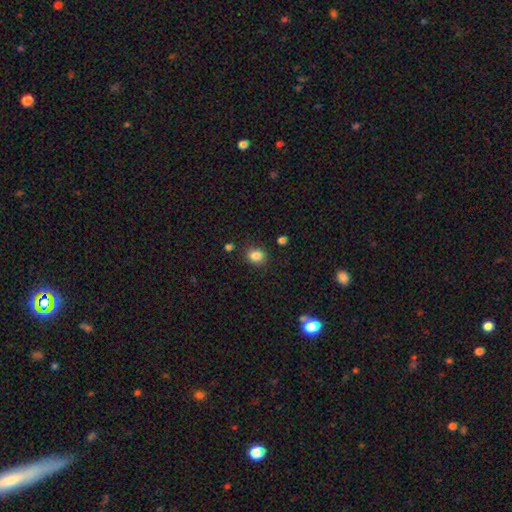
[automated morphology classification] A smooth galaxy with no disk features (85%) that is round (65%).

Vote fractions:
- Smooth or featured? smooth: 85% / star or artifact: 11% / featured or disk: 5%
- How rounded? round: 65% / in between: 35% / cigar-shaped: 1%
- Merging? none: 83% / minor disturbance: 11% / major disturbance: 3% / merger: 3%